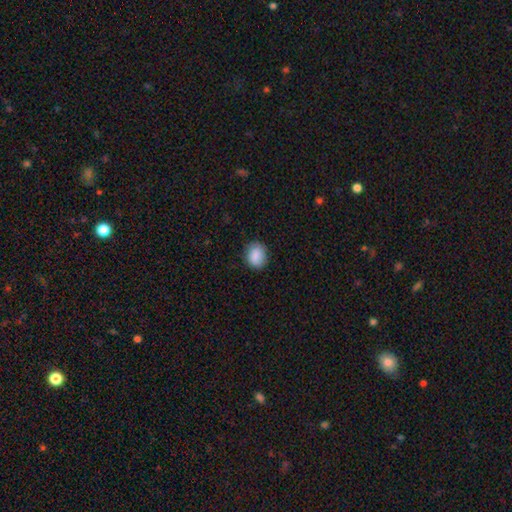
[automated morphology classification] A smooth galaxy with no disk features (88%) that is round (61%). Merging: none (84%).